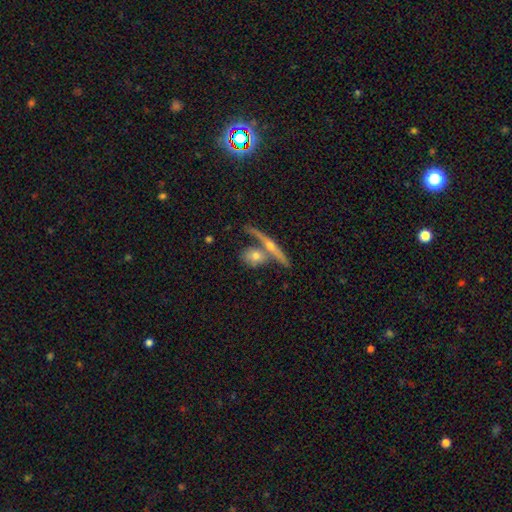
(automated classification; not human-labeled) A smooth galaxy with no disk features (51%) that is round (45%).

Vote fractions:
- Smooth or featured? smooth: 51% / featured or disk: 41% / star or artifact: 7%
- How rounded? round: 45% / in between: 35% / cigar-shaped: 20%
- Merging? none: 47% / merger: 36% / minor disturbance: 12% / major disturbance: 5%